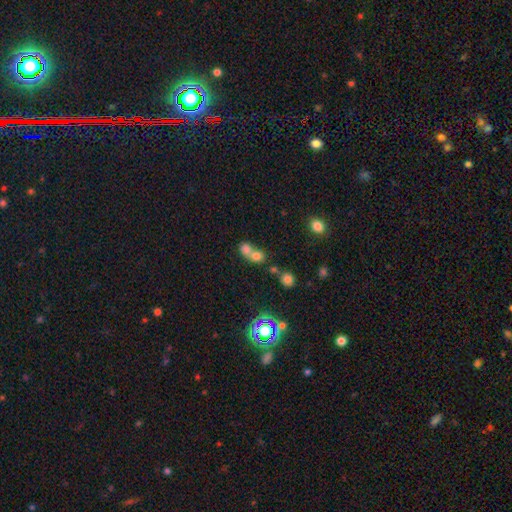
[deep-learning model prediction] smooth_or_featured: smooth (p=0.69) [alt: star or artifact p=0.18]
how_rounded: round (p=0.64) [alt: in between p=0.35]
merging: merger (p=0.67) [alt: none p=0.25]